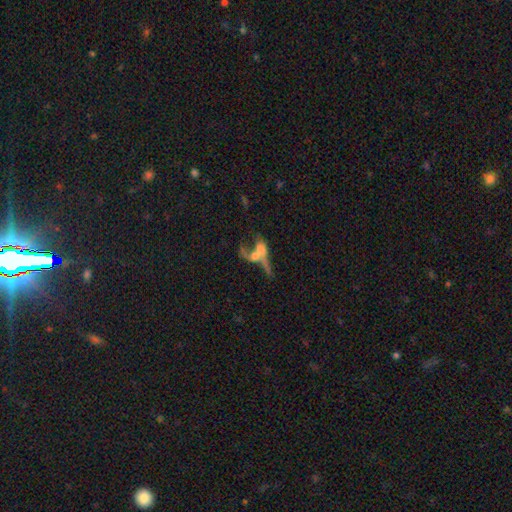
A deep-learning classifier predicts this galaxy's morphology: The model was most divided on "smooth or featured": featured or disk: 56%, smooth: 27%, star or artifact: 16%. More confident: edge-on disk — no (66%); merging — merger (55%).